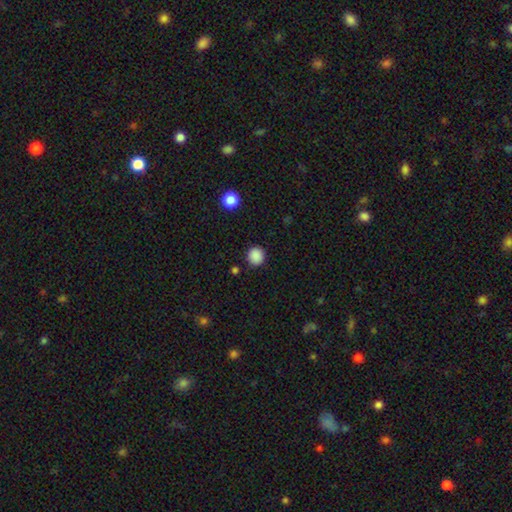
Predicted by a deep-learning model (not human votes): This is clearly a smooth galaxy (88%). How rounded: clearly round (91%). Merging: clearly none (89%).